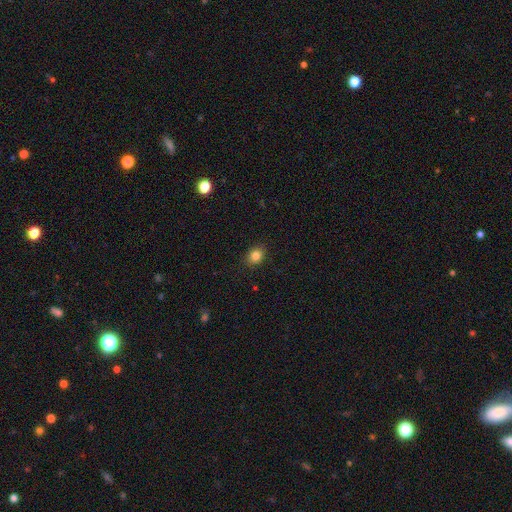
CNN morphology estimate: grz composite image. It shows a smooth galaxy with no disk features (83%) that is in between round and cigar-shaped (51%). Merging: none (88%).